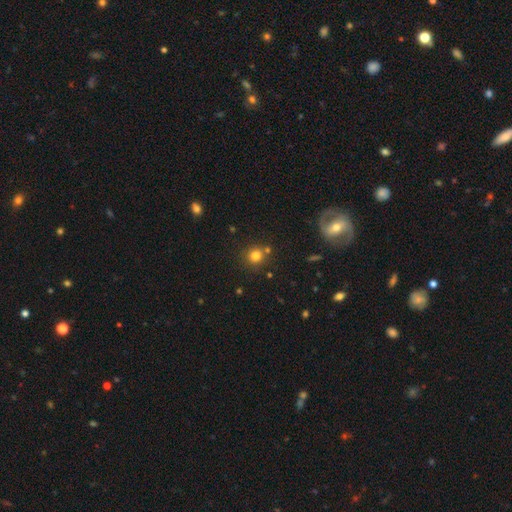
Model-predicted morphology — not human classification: A smooth galaxy with no disk features (78%) that is round (90%).

Vote fractions:
- Smooth or featured? smooth: 78% / star or artifact: 15% / featured or disk: 7%
- How rounded? round: 90% / in between: 9% / cigar-shaped: 1%
- Merging? none: 77% / merger: 10% / minor disturbance: 9% / major disturbance: 3%